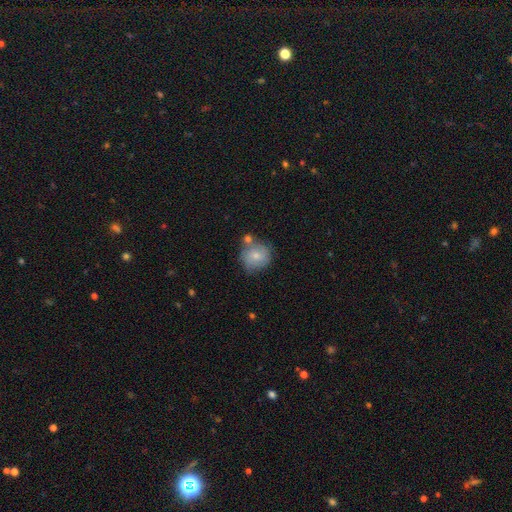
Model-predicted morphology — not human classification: smooth_or_featured: smooth (p=0.71) [alt: featured or disk p=0.21]
how_rounded: round (p=0.85) [alt: in between p=0.14]
merging: none (p=0.54) [alt: minor disturbance p=0.21]